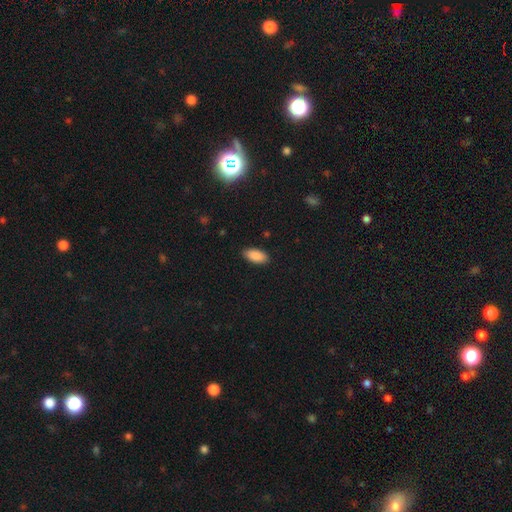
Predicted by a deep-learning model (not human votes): A smooth galaxy with no disk features (90%) that is in between round and cigar-shaped (93%). Merging: none (87%).